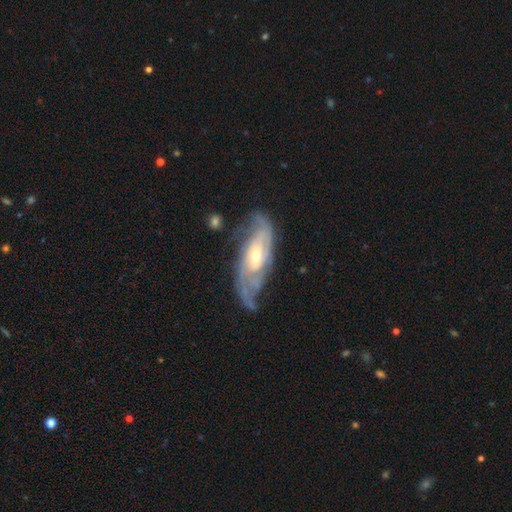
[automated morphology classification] Smooth or featured? Predicted: featured or disk (p=0.84). Edge-on disk? Predicted: no (p=0.89). Bar? Predicted: no (p=0.49). Spiral arms? Predicted: yes (p=0.93). Spiral winding? Predicted: tight (p=0.49). Spiral arm count? Predicted: 2 (p=0.45). Bulge size? Predicted: moderate (p=0.50). Merging? Predicted: none (p=0.62).